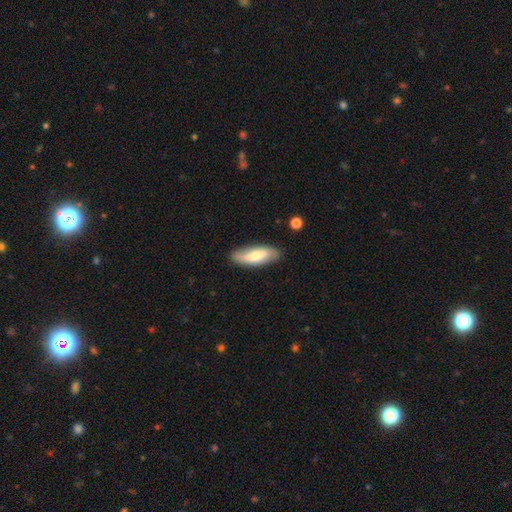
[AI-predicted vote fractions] Overall: smooth (69%). How rounded: in between (66%; cigar-shaped 32%). Merging: none (85%).